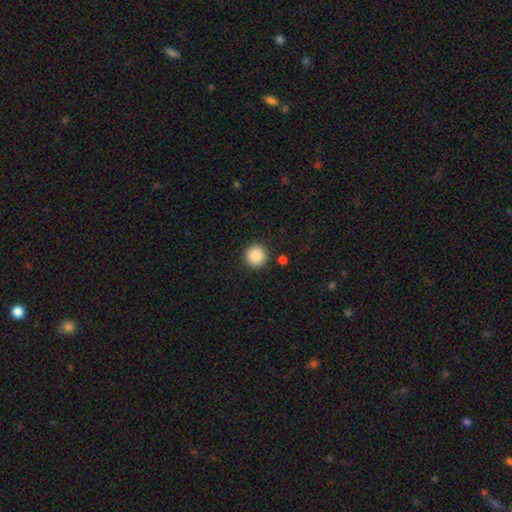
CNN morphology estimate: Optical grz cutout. It shows a smooth galaxy with no disk features (89%) that is round (95%). Merging: none (90%).